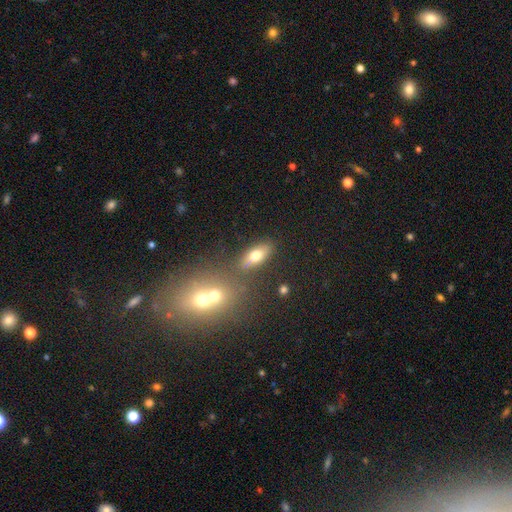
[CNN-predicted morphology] This is likely a smooth galaxy (69%). How rounded: likely in between (76%). Merging: likely none (71%).